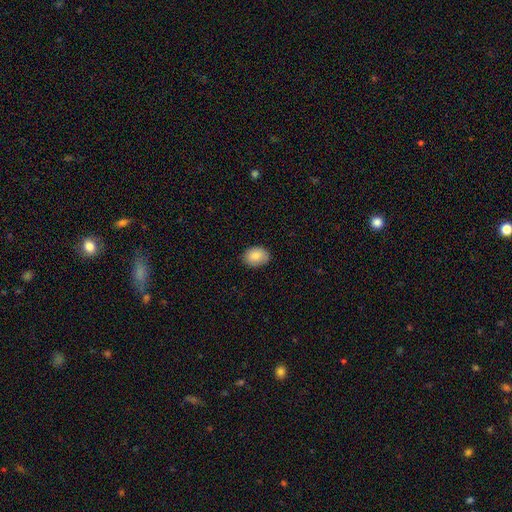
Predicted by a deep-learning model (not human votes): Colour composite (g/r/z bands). It shows a smooth galaxy with no disk features (84%) that is in between round and cigar-shaped (69%). Merging: none (86%).